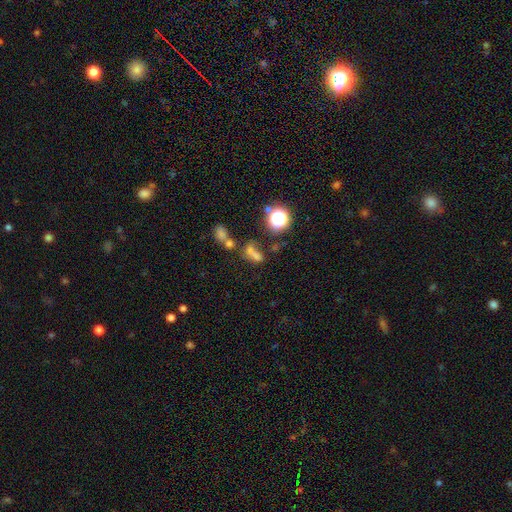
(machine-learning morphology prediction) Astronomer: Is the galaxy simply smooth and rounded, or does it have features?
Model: smooth — 54% (runner-up: star or artifact, 30%).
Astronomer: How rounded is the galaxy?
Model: in between — 50% (runner-up: round, 33%).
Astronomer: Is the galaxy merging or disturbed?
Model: merger — 39% (runner-up: none, 36%).